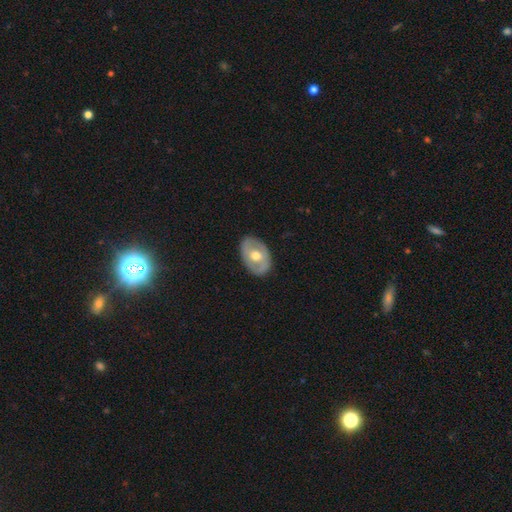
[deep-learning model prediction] smooth_or_featured: featured or disk (p=0.52) [alt: smooth p=0.43]
disk_edge_on: no (p=0.91) [alt: yes p=0.09]
merging: none (p=0.83) [alt: minor disturbance p=0.13]